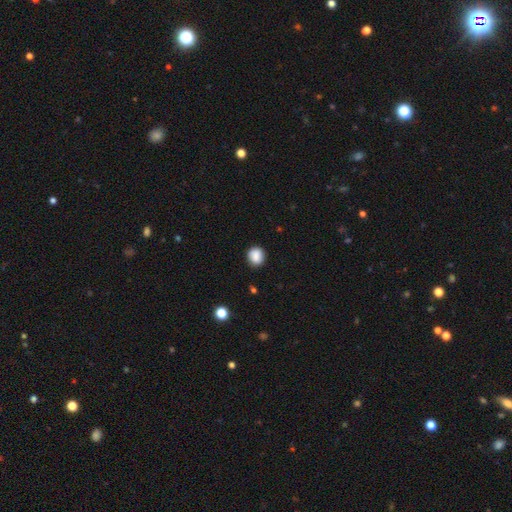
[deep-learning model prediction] Overall: smooth (86%). How rounded: round (74%). Merging: none (82%).